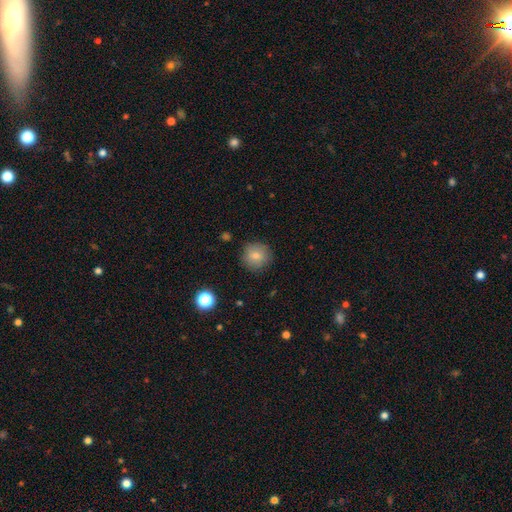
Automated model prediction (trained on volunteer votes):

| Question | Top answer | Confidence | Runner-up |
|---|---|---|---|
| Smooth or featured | smooth | 80% | star or artifact (10%) |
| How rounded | round | 93% | in between (6%) |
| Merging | none | 87% | minor disturbance (9%) |